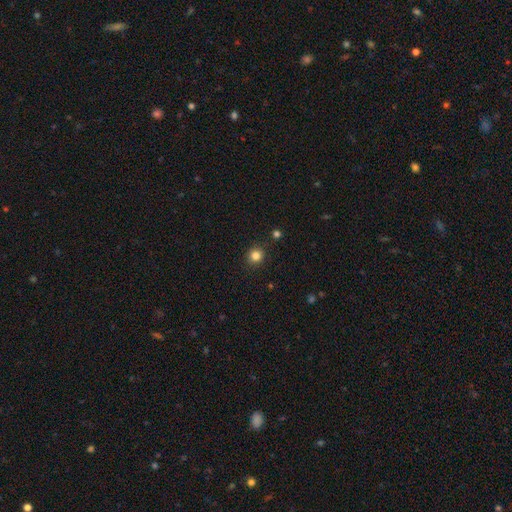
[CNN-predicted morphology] Smooth or featured? Predicted: smooth (p=0.83). How rounded? Predicted: round (p=0.89). Merging? Predicted: none (p=0.89).